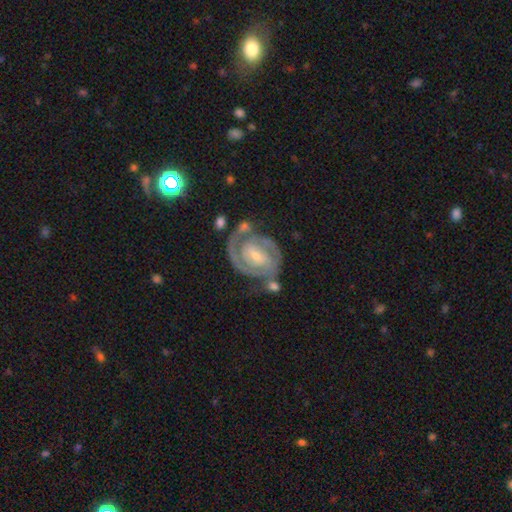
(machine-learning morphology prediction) featured or disk 91%, star or artifact 5%, smooth 5%. Down the decision tree: edge-on disk — no (98%); bar — weak (43%); spiral arms — yes (98%); spiral arm count — 2 (84%); spiral winding — tight (68%); bulge size — small (65%); merging — none (67%).